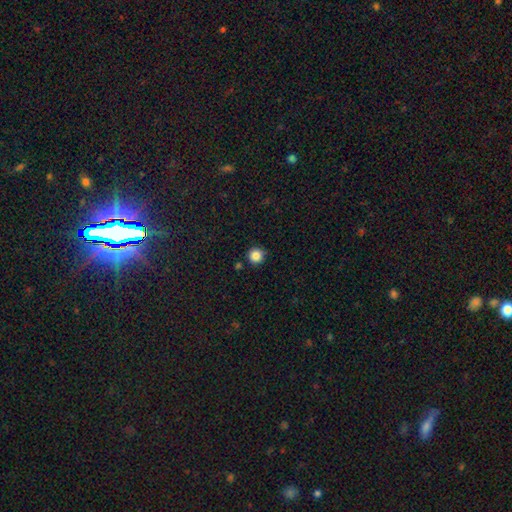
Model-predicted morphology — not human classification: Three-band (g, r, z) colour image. It shows a smooth galaxy with no disk features (85%) that is round (96%). Merging: none (89%).